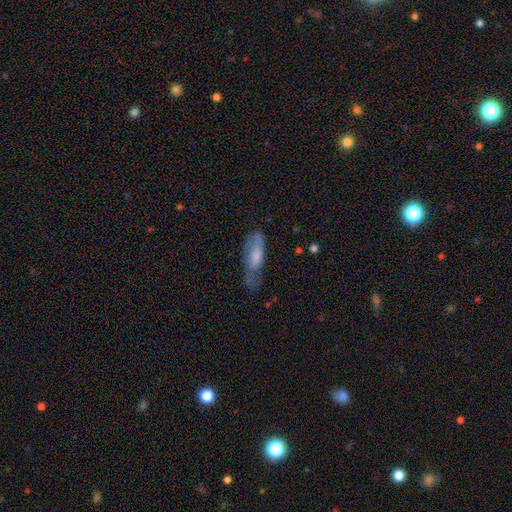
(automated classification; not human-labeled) A smooth galaxy with no disk features (49%).

Vote fractions:
- Smooth or featured? smooth: 49% / featured or disk: 44% / star or artifact: 8%
- Merging? none: 49% / minor disturbance: 30% / major disturbance: 19% / merger: 3%